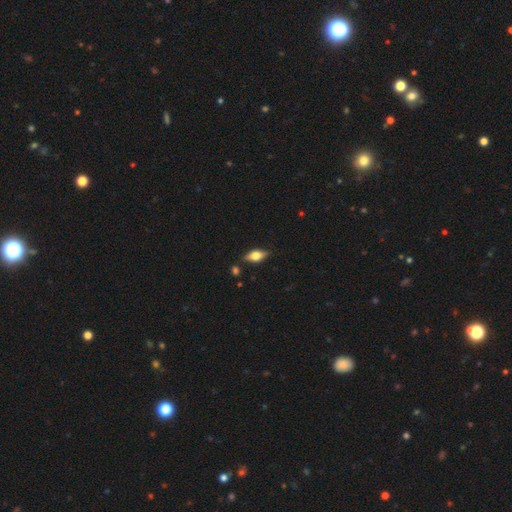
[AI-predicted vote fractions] The model was most divided on "smooth or featured": smooth: 51%, featured or disk: 41%, star or artifact: 8%. More confident: how rounded — in between (81%); merging — none (80%).